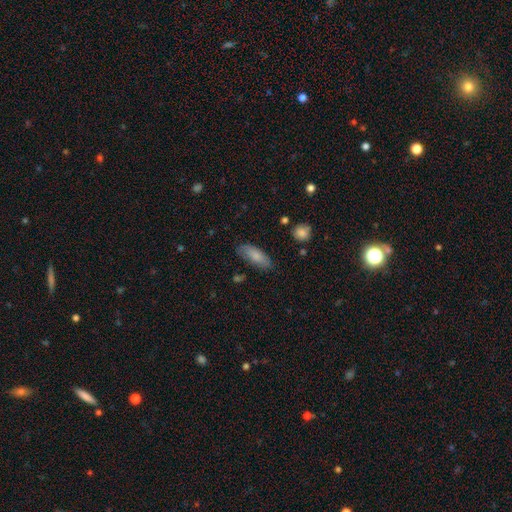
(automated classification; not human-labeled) smooth 81%, featured or disk 13%, star or artifact 6%. Down the decision tree: how rounded — in between (77%); merging — none (79%).